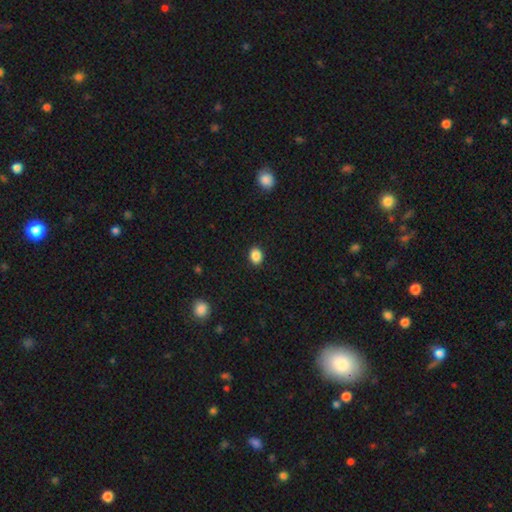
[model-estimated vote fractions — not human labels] Overall: smooth (88%). How rounded: in between (60%; round 39%). Merging: none (90%).